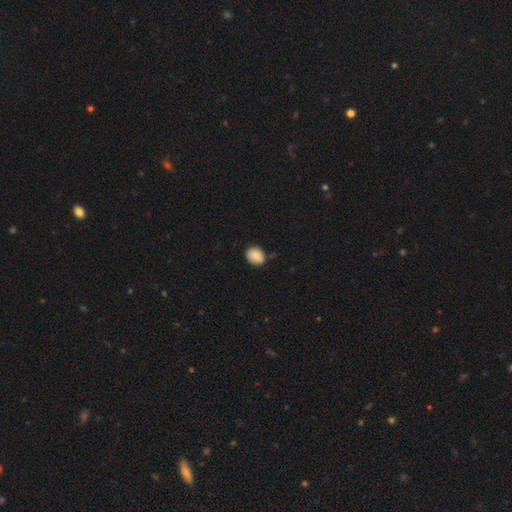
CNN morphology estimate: The model was most divided on "how rounded": round: 59%, in between: 40%, cigar-shaped: 1%. More confident: smooth or featured — smooth (85%); merging — none (78%).